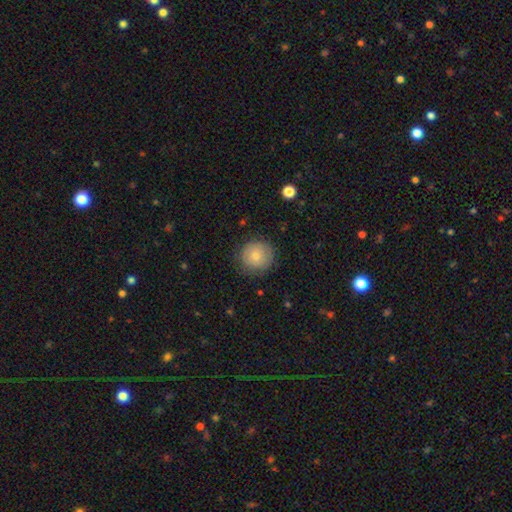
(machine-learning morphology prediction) Smooth or featured? Predicted: smooth (p=0.77). How rounded? Predicted: round (p=0.93). Merging? Predicted: none (p=0.80).